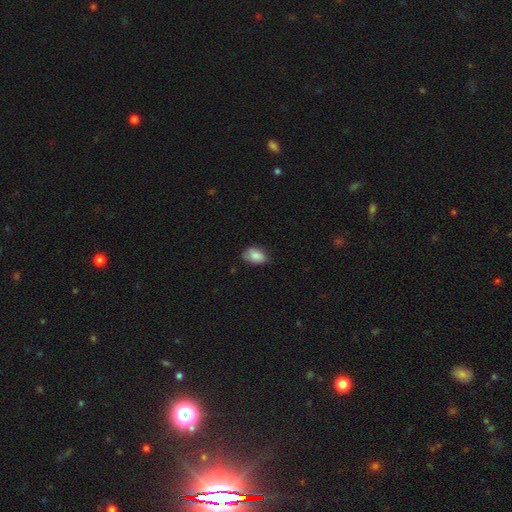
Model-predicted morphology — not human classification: This is clearly a smooth galaxy (85%). How rounded: clearly in between (87%). Merging: likely none (60%).